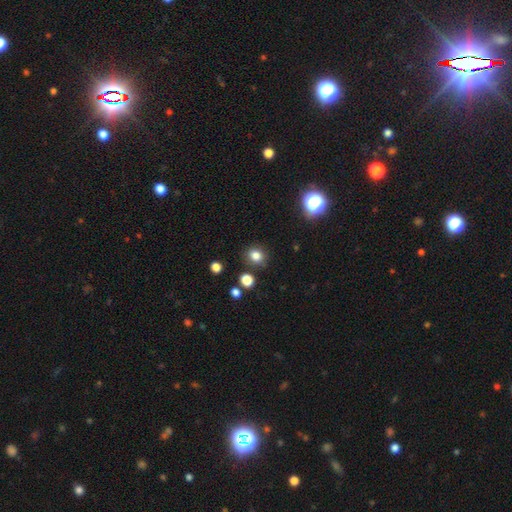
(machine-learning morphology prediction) type=smooth (81%); roundness=round (73%); merging=none (84%).